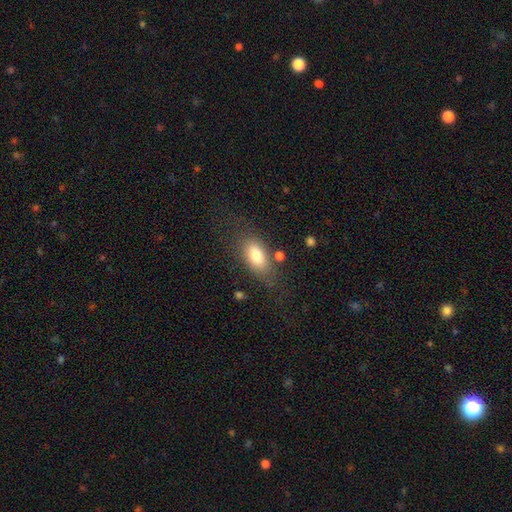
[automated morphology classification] Overall: smooth (78%). How rounded: in between (88%). Merging: none (70%).